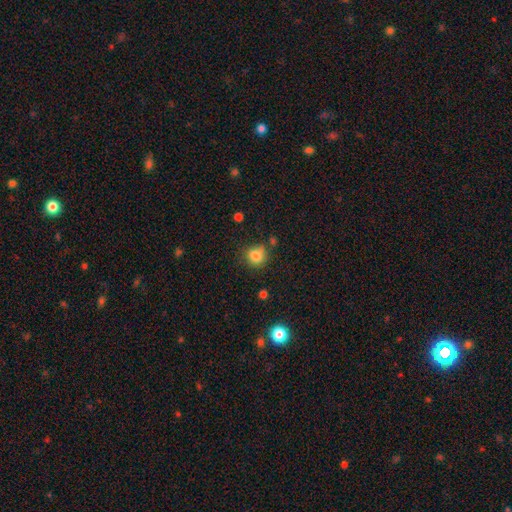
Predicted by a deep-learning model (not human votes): smooth_or_featured: smooth (p=0.82) [alt: star or artifact p=0.11]
how_rounded: round (p=0.82) [alt: in between p=0.17]
merging: none (p=0.68) [alt: minor disturbance p=0.19]